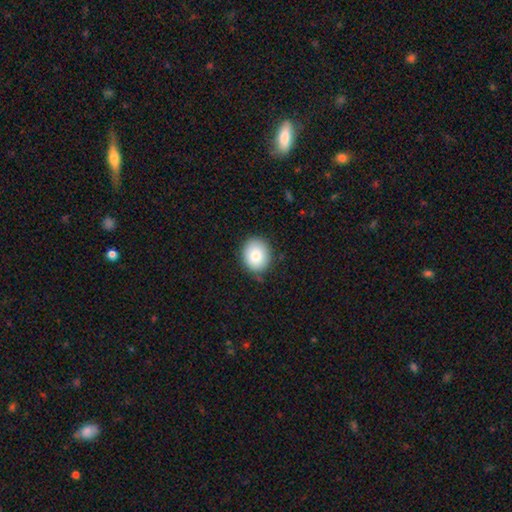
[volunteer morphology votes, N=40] Smooth or featured?
  - smooth: 88% *
  - featured or disk: 10%
  - star or artifact: 2%
How rounded?
  - round: 63% *
  - in between: 34%
  - cigar-shaped: 3%
Merging?
  - none: 67% *
  - minor disturbance: 28%
  - major disturbance: 3%
  - merger: 3%